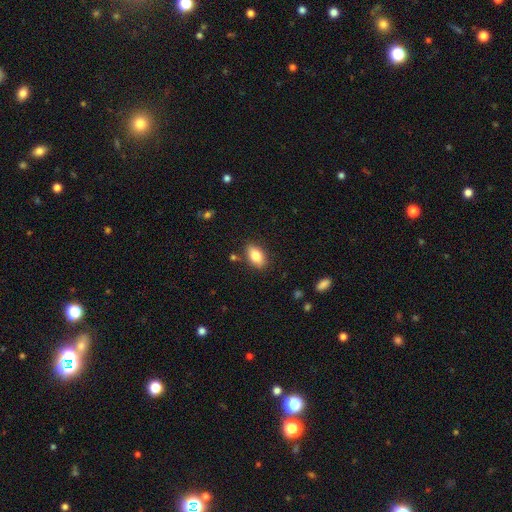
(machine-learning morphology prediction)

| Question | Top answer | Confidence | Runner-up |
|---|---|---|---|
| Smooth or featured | smooth | 82% | featured or disk (10%) |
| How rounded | in between | 90% | round (7%) |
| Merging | none | 84% | minor disturbance (11%) |